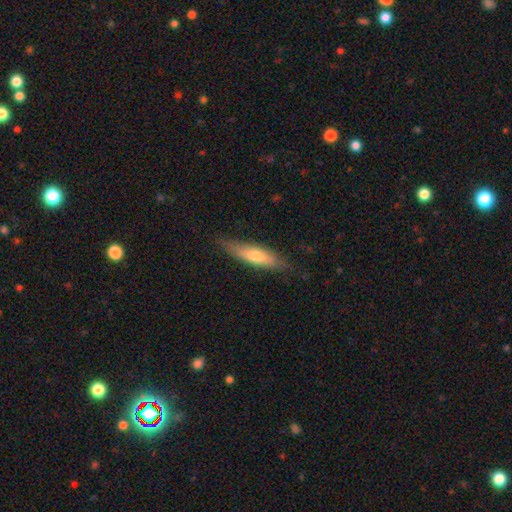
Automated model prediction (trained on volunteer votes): This is possibly a smooth galaxy (58%). How rounded: likely cigar-shaped (76%). Merging: clearly none (80%).